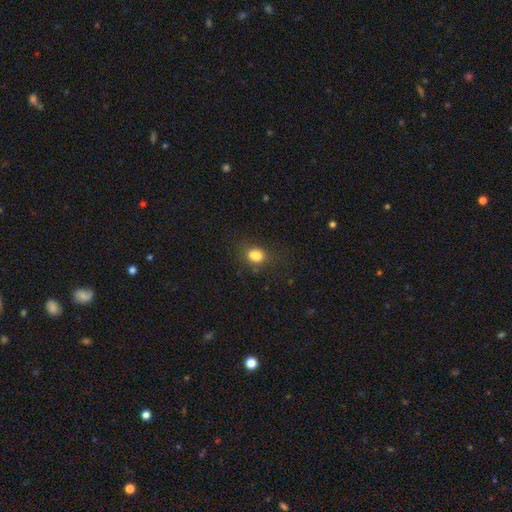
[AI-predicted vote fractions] This appears to be a smooth galaxy with no disk features (80%) that is in between round and cigar-shaped (58%). Merging: none (65%).